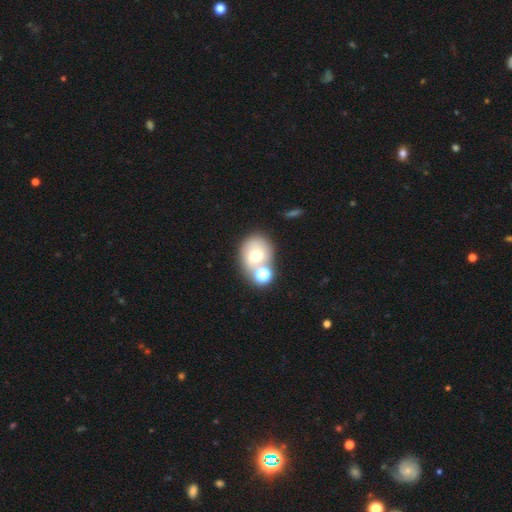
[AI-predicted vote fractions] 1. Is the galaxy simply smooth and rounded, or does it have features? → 62% smooth, 24% featured or disk, 14% star or artifact.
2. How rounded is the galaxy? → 63% round, 36% in between, 1% cigar-shaped.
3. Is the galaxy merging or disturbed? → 47% none, 35% merger, 12% minor disturbance, 6% major disturbance.